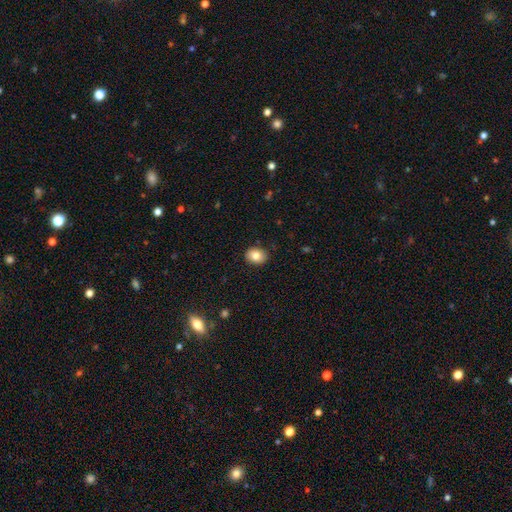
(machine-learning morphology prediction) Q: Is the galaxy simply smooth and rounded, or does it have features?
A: smooth — 83%.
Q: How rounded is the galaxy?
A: in between — 61%.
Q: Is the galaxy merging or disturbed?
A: none — 88%.